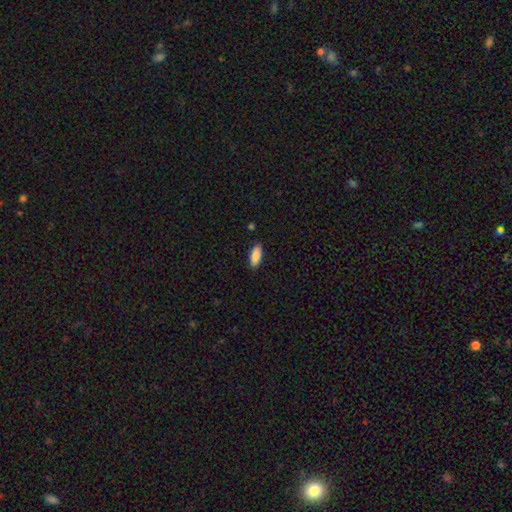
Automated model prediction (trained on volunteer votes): smooth_or_featured: smooth (p=0.88) [alt: featured or disk p=0.06]
how_rounded: in between (p=0.80) [alt: cigar-shaped p=0.19]
merging: none (p=0.88) [alt: minor disturbance p=0.09]